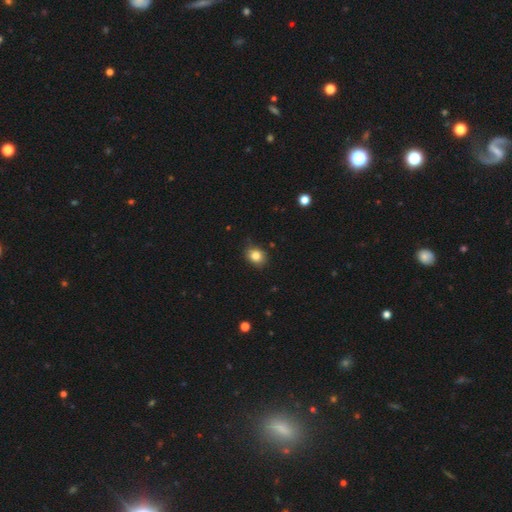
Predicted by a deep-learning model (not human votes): A smooth galaxy with no disk features (83%) that is round (57%).

Vote fractions:
- Smooth or featured? smooth: 83% / star or artifact: 10% / featured or disk: 7%
- How rounded? round: 57% / in between: 43% / cigar-shaped: 1%
- Merging? none: 85% / minor disturbance: 12% / major disturbance: 2% / merger: 1%